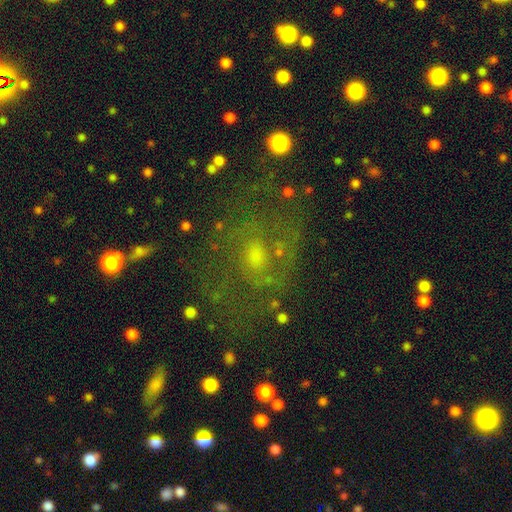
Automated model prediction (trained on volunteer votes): Smooth or featured? featured or disk (63%)
Edge-on disk? no (97%)
Bar? no (70%)
Spiral arms? yes (71%)
Bulge size? moderate (43%)
Merging? none (63%)